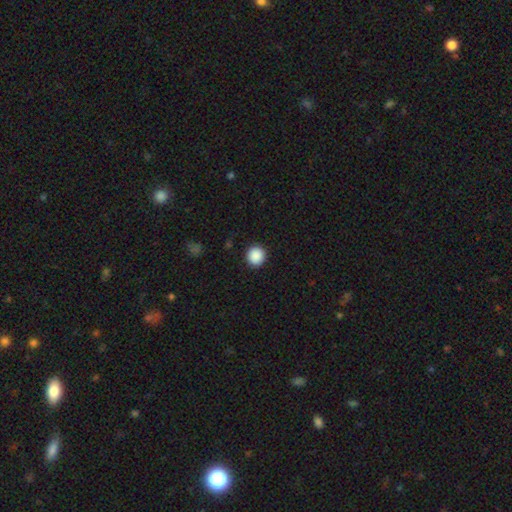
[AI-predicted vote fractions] Smooth or featured? Predicted: smooth (p=0.89). How rounded? Predicted: round (p=0.92). Merging? Predicted: none (p=0.92).